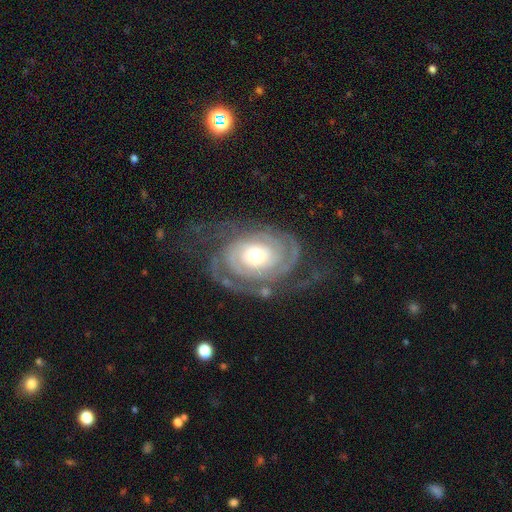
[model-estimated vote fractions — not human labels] Smooth or featured? Predicted: featured or disk (p=0.90). Edge-on disk? Predicted: no (p=0.97). Bar? Predicted: no (p=0.76). Spiral arms? Predicted: yes (p=0.96). Spiral winding? Predicted: tight (p=0.74). Spiral arm count? Predicted: 2 (p=0.45). Bulge size? Predicted: moderate (p=0.69). Merging? Predicted: none (p=0.66).